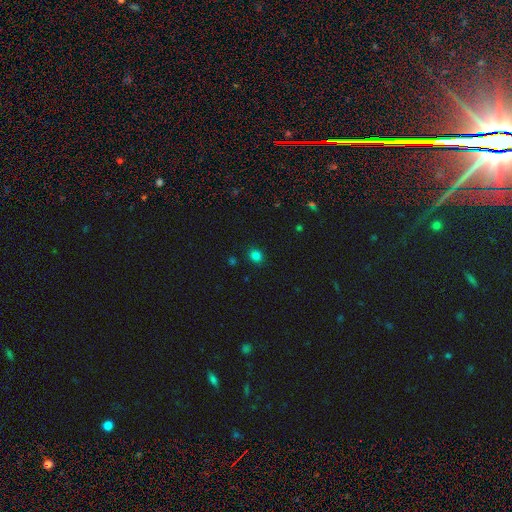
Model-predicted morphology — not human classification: A smooth galaxy with no disk features (80%) that is round (71%).

Vote fractions:
- Smooth or featured? smooth: 80% / star or artifact: 15% / featured or disk: 4%
- How rounded? round: 71% / in between: 28% / cigar-shaped: 1%
- Merging? none: 89% / minor disturbance: 7% / major disturbance: 2% / merger: 1%